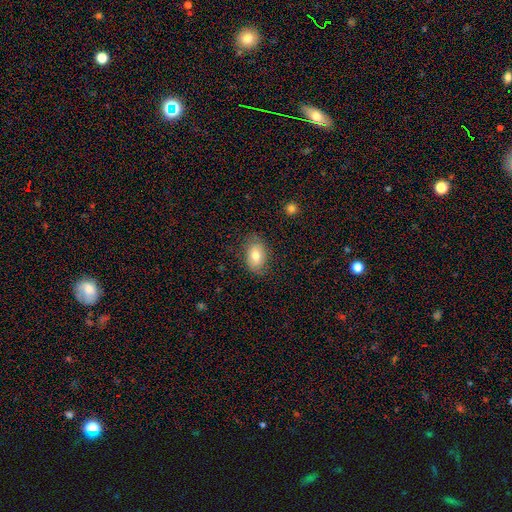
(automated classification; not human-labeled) A smooth galaxy with no disk features (73%) that is in between round and cigar-shaped (84%).

Vote fractions:
- Smooth or featured? smooth: 73% / featured or disk: 19% / star or artifact: 8%
- How rounded? in between: 84% / round: 14% / cigar-shaped: 1%
- Merging? none: 77% / minor disturbance: 17% / major disturbance: 5% / merger: 1%